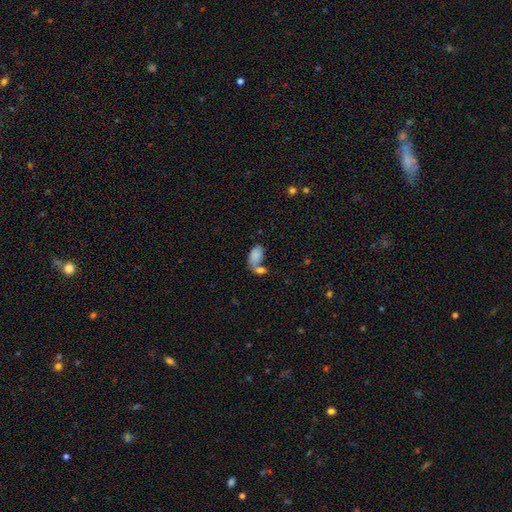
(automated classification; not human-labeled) Q: Smooth or featured?
A: smooth (80%); runner-up: featured or disk (12%)
Q: How rounded?
A: in between (93%); runner-up: round (5%)
Q: Merging?
A: merger (49%); runner-up: none (29%)